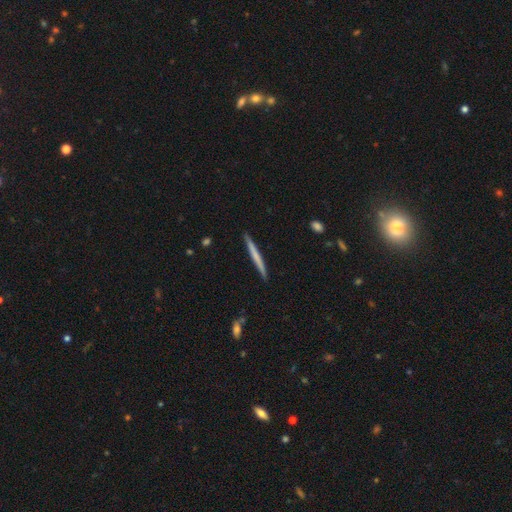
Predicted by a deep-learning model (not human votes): smooth-or-featured: smooth: 57% | featured or disk: 38% | star or artifact: 5%
  how-rounded: cigar-shaped: 97% | in between: 2% | round: 1%
  merging: none: 91% | minor disturbance: 6% | major disturbance: 1% | merger: 1%